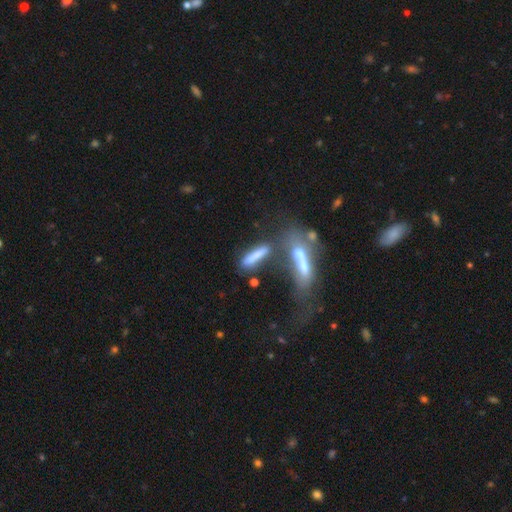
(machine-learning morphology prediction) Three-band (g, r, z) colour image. It shows a smooth galaxy with no disk features (68%) that is cigar-shaped (79%). Merging: none (43%).